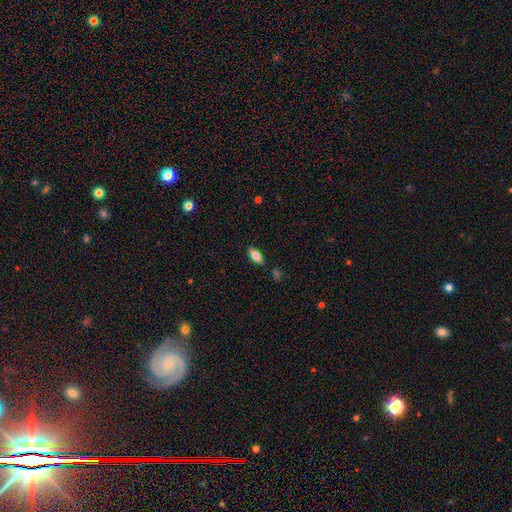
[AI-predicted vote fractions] The model was most divided on "smooth or featured": smooth: 74%, featured or disk: 19%, star or artifact: 7%. More confident: merging — none (85%); how rounded — in between (83%).